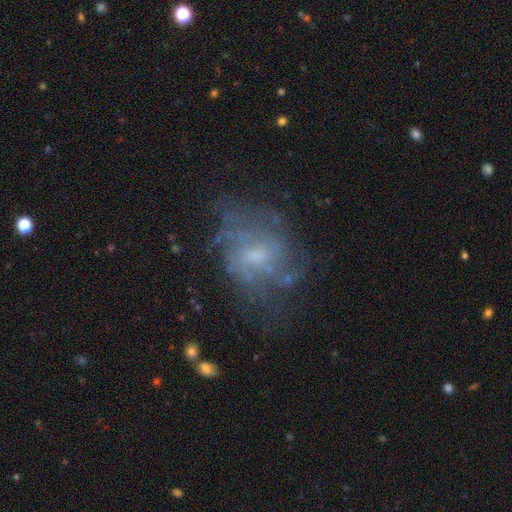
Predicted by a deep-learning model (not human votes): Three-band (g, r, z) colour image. It shows a featured or disk galaxy (66%) with no bar (62%), spiral arms (62%) and a small central bulge (43%). Merging: none (57%).